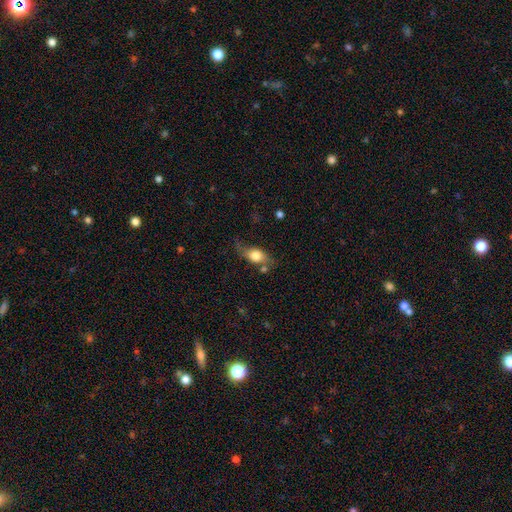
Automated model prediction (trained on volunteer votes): Smooth or featured: smooth — 70% (featured or disk — 22%)
How rounded: in between — 75% (round — 17%)
Merging: none — 52% (minor disturbance — 28%)